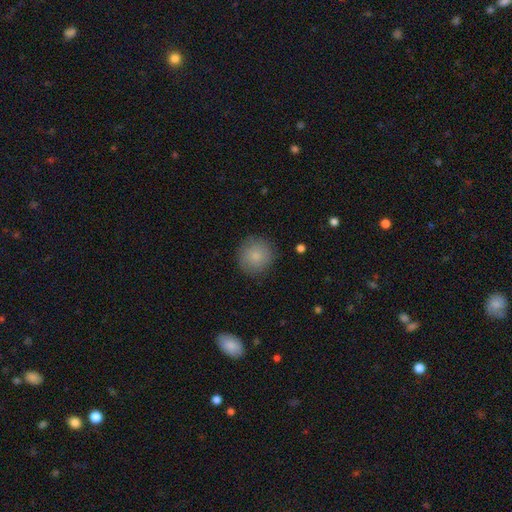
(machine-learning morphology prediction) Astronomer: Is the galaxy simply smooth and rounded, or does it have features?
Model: smooth — 84%.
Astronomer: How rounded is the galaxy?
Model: round — 93%.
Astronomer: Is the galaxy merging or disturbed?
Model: none — 87%.